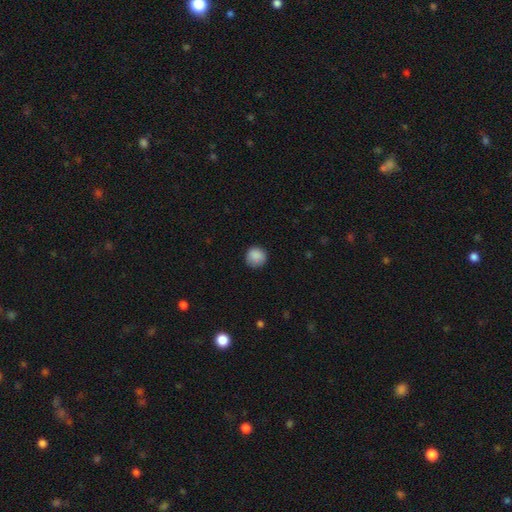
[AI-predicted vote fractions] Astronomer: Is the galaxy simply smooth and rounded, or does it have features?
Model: smooth — 86%.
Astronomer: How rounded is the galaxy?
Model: round — 91%.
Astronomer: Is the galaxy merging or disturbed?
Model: none — 80%.